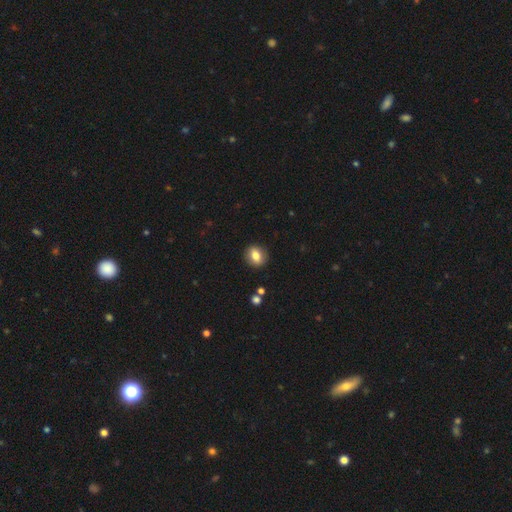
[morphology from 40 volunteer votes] Smooth or featured?
  - smooth: 80% *
  - featured or disk: 15%
  - star or artifact: 5%
How rounded?
  - round: 72% *
  - in between: 28%
  - cigar-shaped: 0%
Merging?
  - none: 82% *
  - minor disturbance: 11%
  - major disturbance: 8%
  - merger: 0%